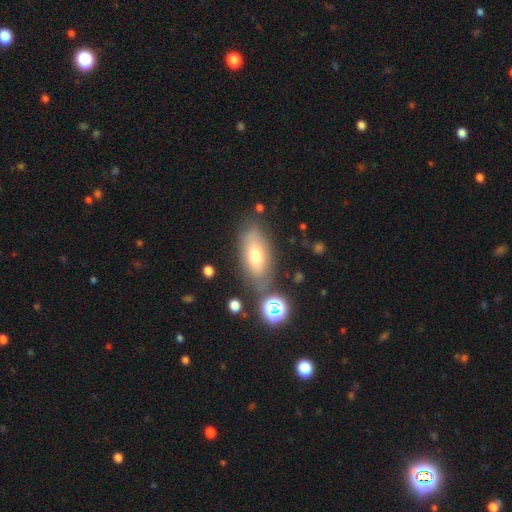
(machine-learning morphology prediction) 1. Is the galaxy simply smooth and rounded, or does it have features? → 61% smooth, 28% featured or disk, 11% star or artifact.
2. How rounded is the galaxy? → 83% in between, 12% cigar-shaped, 5% round.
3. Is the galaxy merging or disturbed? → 73% none, 16% minor disturbance, 6% merger, 5% major disturbance.